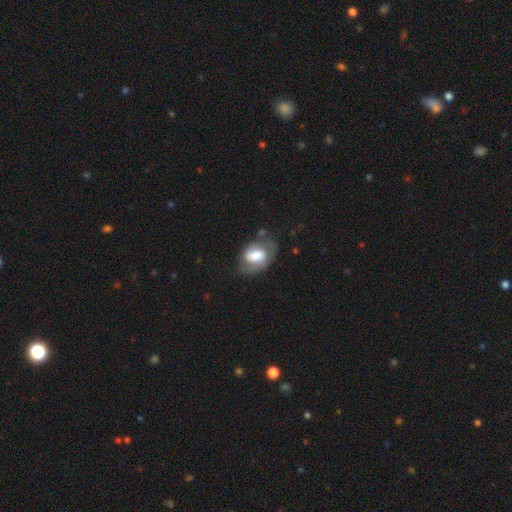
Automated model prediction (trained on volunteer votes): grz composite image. It shows a smooth galaxy with no disk features (52%) that is in between round and cigar-shaped (83%). Merging: none (52%).